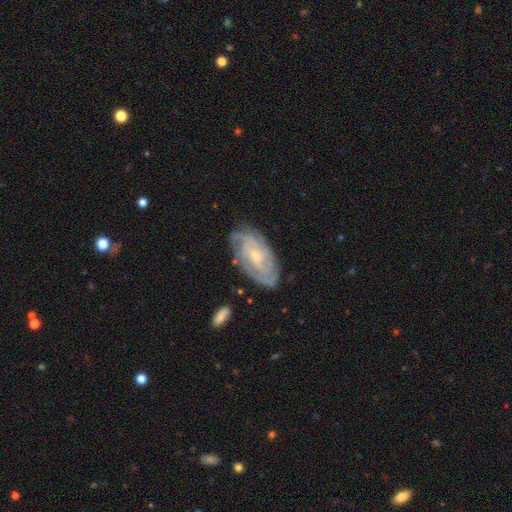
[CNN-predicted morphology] smooth_or_featured: featured or disk (p=0.85) [alt: smooth p=0.10]
disk_edge_on: no (p=0.95) [alt: yes p=0.05]
bar: no (p=0.62) [alt: weak p=0.30]
has_spiral_arms: yes (p=0.97) [alt: no p=0.03]
spiral_winding: tight (p=0.72) [alt: medium p=0.23]
spiral_arm_count: can't tell (p=0.27) [alt: 3 p=0.24]
bulge_size: small (p=0.71) [alt: moderate p=0.25]
merging: none (p=0.78) [alt: minor disturbance p=0.16]